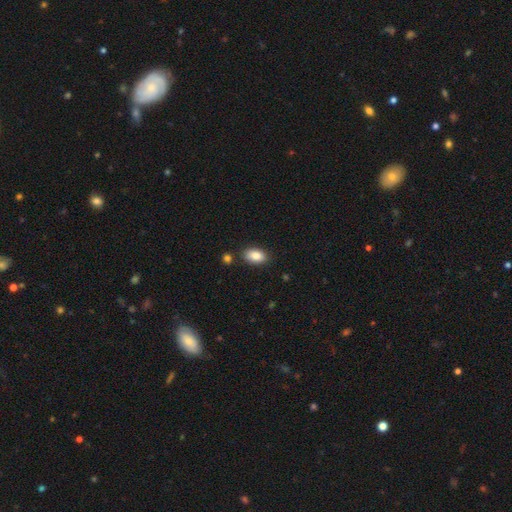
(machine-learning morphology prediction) The model was most divided on "merging": none: 84%, minor disturbance: 10%, merger: 4%, major disturbance: 2%. More confident: how rounded — in between (91%); smooth or featured — smooth (85%).